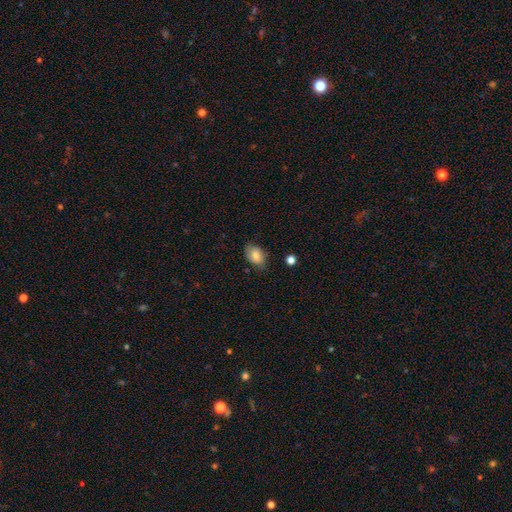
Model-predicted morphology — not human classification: Overall: smooth (79%). How rounded: in between (82%). Merging: none (73%).